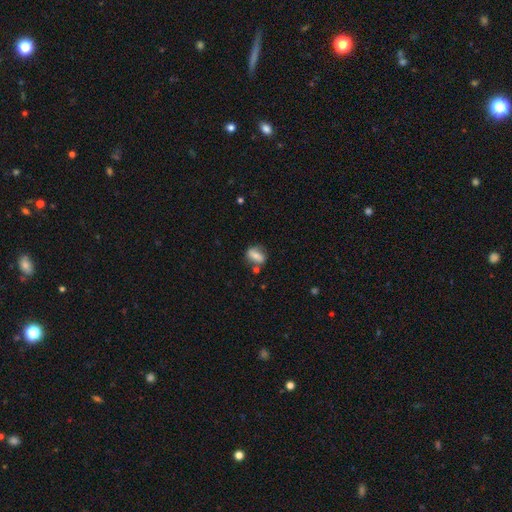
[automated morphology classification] Smooth or featured: smooth — 63% (featured or disk — 29%)
How rounded: in between — 70% (round — 18%)
Merging: none — 67% (minor disturbance — 19%)